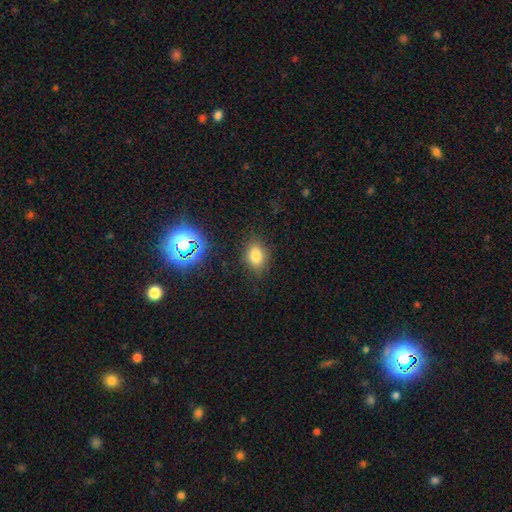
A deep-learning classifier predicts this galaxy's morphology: smooth_or_featured: smooth (p=0.76) [alt: star or artifact p=0.16]
how_rounded: in between (p=0.66) [alt: round p=0.32]
merging: none (p=0.83) [alt: minor disturbance p=0.12]